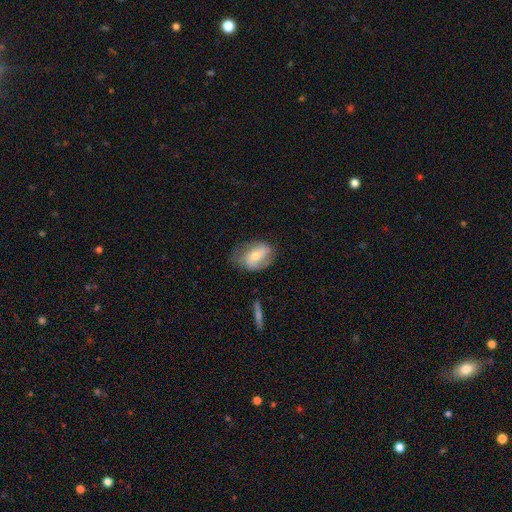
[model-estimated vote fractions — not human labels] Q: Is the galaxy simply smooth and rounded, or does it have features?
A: featured or disk — 48%.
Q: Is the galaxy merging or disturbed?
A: none — 59%.